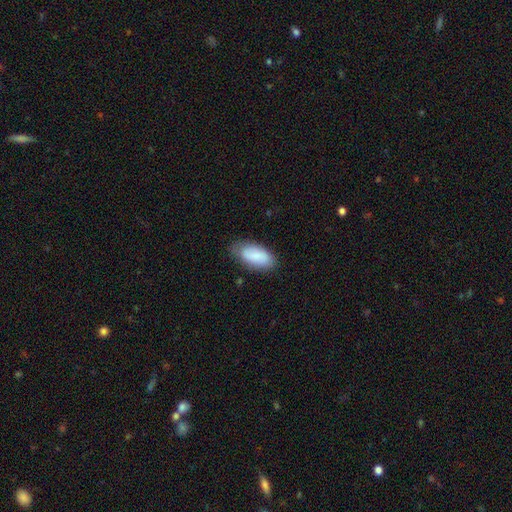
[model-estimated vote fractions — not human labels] Smooth or featured? smooth (84%)
How rounded? in between (91%)
Merging? none (74%)